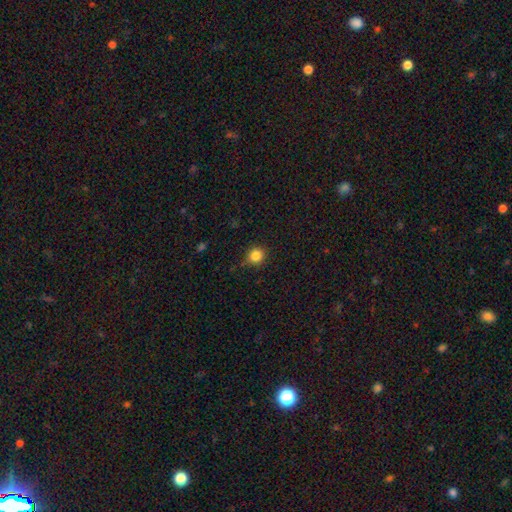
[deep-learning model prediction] smooth_or_featured: smooth (p=0.84) [alt: star or artifact p=0.12]
how_rounded: round (p=0.90) [alt: in between p=0.09]
merging: none (p=0.82) [alt: minor disturbance p=0.13]